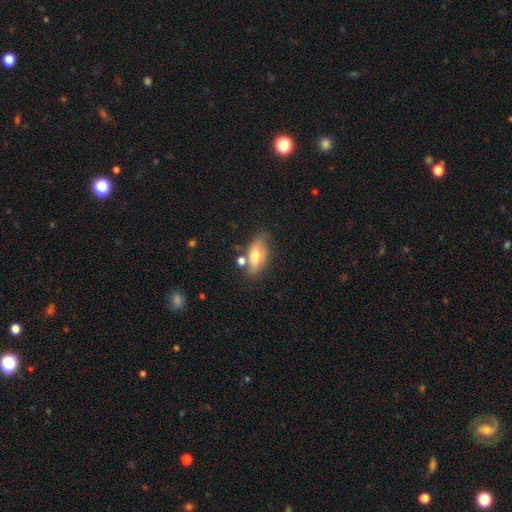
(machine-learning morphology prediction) Overall: smooth (63%; featured or disk 28%). How rounded: in between (84%). Merging: none (61%; minor disturbance 21%).